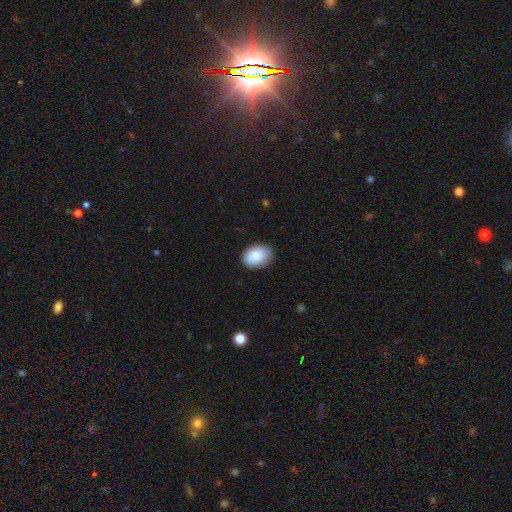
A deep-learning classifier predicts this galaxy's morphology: Smooth or featured: smooth — 85% (featured or disk — 8%)
How rounded: in between — 80% (round — 19%)
Merging: none — 87% (minor disturbance — 10%)